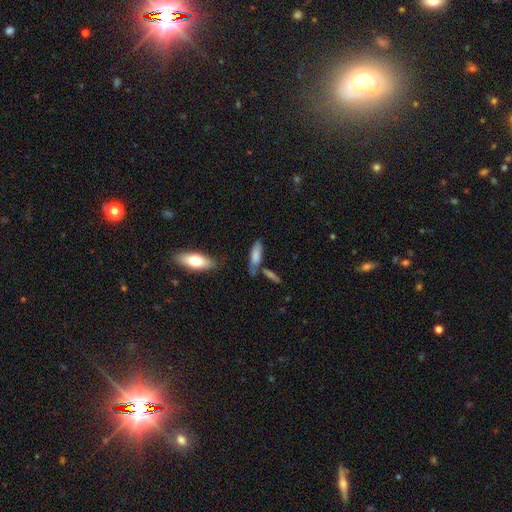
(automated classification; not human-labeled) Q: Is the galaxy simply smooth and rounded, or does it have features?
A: smooth — 76%.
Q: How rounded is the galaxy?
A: in between — 55%.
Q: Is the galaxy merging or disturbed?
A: none — 54%.